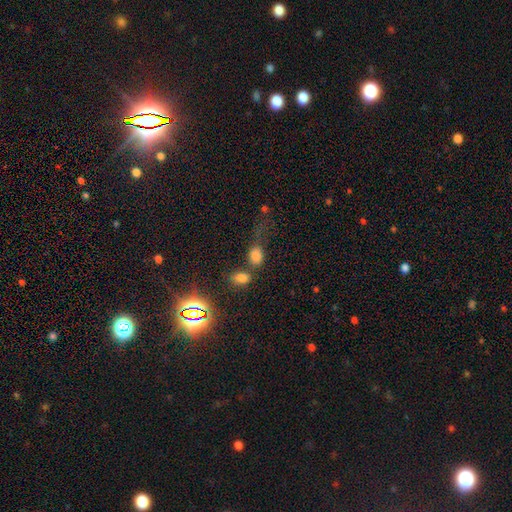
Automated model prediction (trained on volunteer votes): Smooth or featured? smooth (79%)
How rounded? in between (78%)
Merging? none (39%)